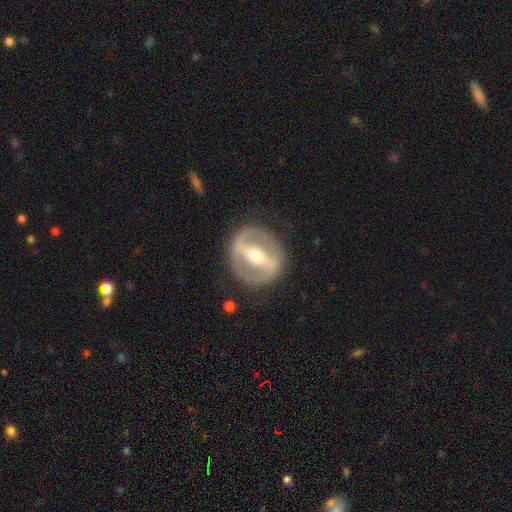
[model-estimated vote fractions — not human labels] Smooth or featured?
  - featured or disk: 80% *
  - smooth: 15%
  - star or artifact: 5%
Edge-on disk?
  - no: 89% *
  - yes: 11%
Bar?
  - strong: 78% *
  - weak: 15%
  - no: 7%
Spiral arms?
  - no: 60% *
  - yes: 40%
Bulge size?
  - moderate: 69% *
  - small: 16%
  - large: 12%
  - dominant: 1%
  - none: 1%
Merging?
  - none: 85% *
  - minor disturbance: 9%
  - major disturbance: 5%
  - merger: 1%